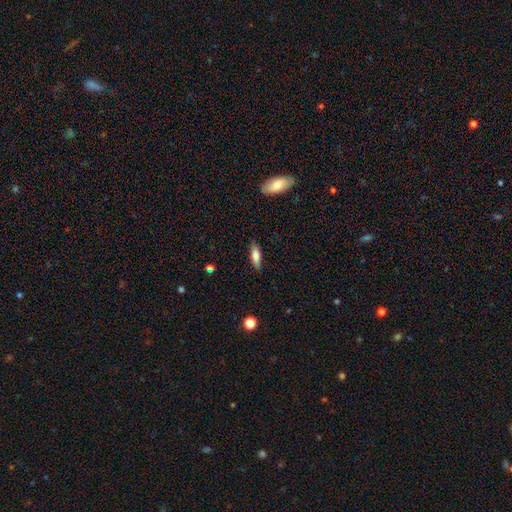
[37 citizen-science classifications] Overall: smooth (78%). How rounded: cigar-shaped (79%). Merging: none (83%).